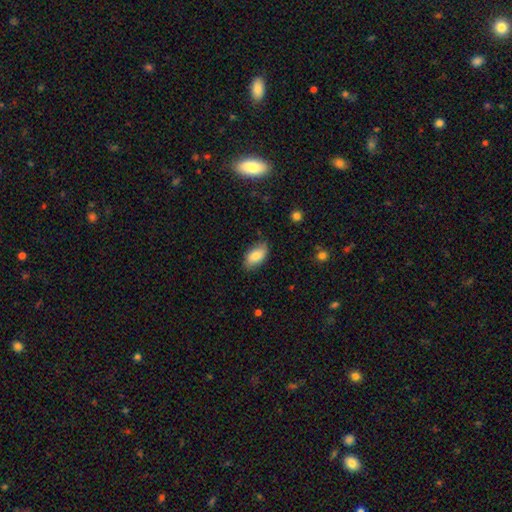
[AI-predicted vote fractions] Morphology: type=smooth (81%); roundness=in between (93%); merging=none (79%).